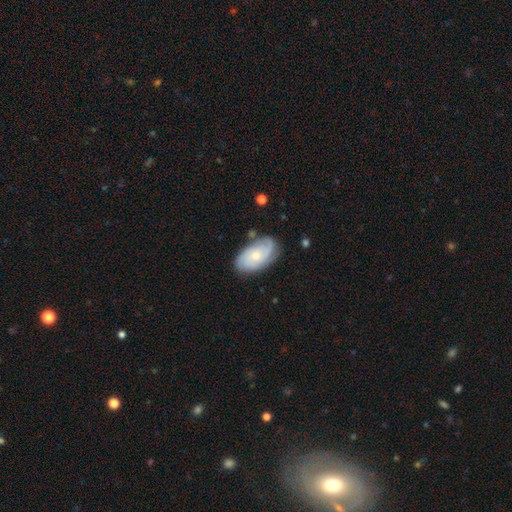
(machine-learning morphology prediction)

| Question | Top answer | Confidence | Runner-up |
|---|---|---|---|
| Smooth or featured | featured or disk | 59% | smooth (35%) |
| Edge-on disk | no | 95% | yes (5%) |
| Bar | no | 76% | weak (22%) |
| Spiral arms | yes | 89% | no (11%) |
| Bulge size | small | 59% | moderate (36%) |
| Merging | none | 71% | minor disturbance (20%) |